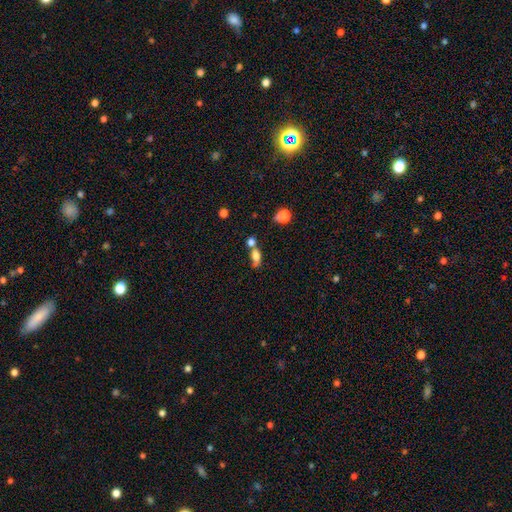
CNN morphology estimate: Smooth or featured?
  - smooth: 72% *
  - featured or disk: 17%
  - star or artifact: 11%
How rounded?
  - in between: 69% *
  - round: 17%
  - cigar-shaped: 14%
Merging?
  - merger: 39% *
  - none: 35%
  - minor disturbance: 16%
  - major disturbance: 10%